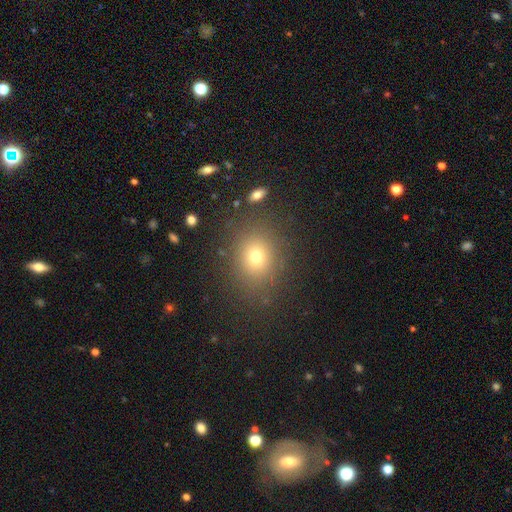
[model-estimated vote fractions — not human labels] A smooth galaxy with no disk features (71%) that is round (58%). Merging: none (85%).